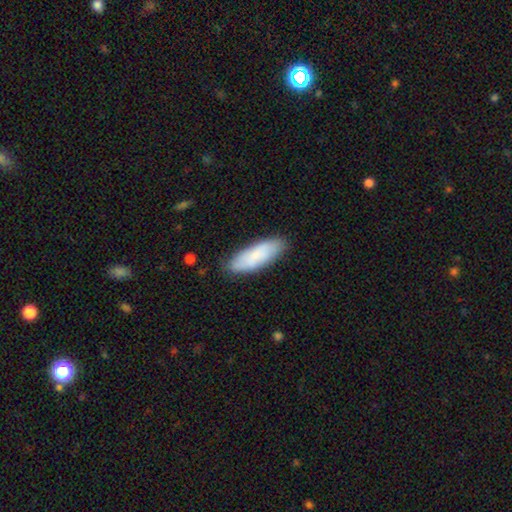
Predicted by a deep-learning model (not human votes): Smooth or featured? smooth (73%)
How rounded? in between (62%)
Merging? none (82%)